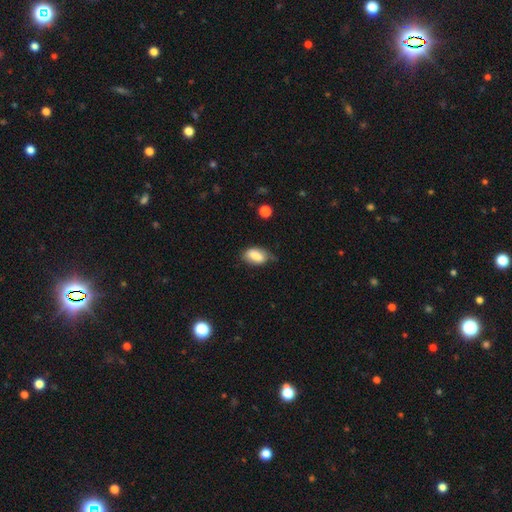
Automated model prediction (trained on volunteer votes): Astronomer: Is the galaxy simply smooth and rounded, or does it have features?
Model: smooth — 78%.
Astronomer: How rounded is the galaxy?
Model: in between — 90%.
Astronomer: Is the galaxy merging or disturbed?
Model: none — 54% (runner-up: minor disturbance, 35%).